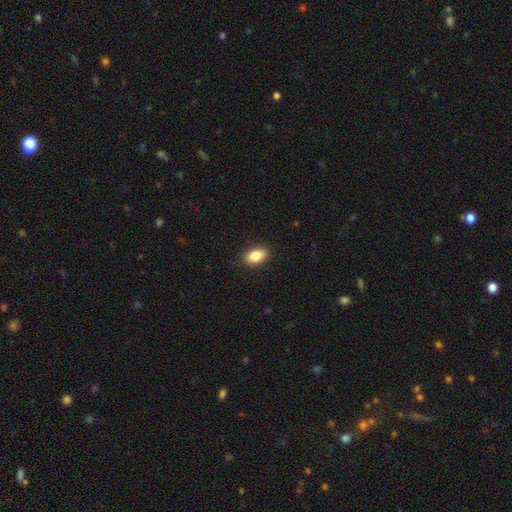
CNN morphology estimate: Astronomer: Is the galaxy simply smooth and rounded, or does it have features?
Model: smooth — 86%.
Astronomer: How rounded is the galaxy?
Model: in between — 90%.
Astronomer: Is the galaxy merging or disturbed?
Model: none — 88%.